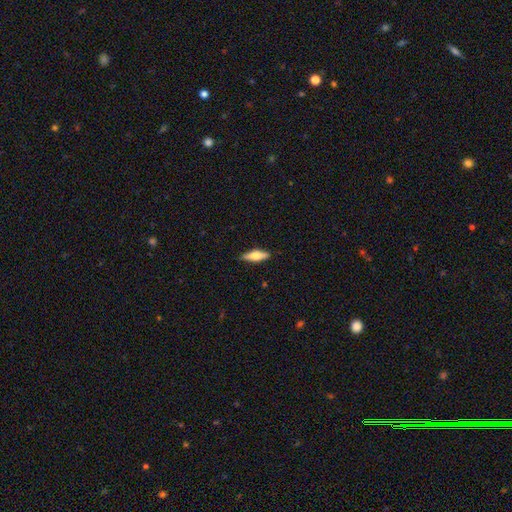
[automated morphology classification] A smooth galaxy with no disk features (60%) that is in between round and cigar-shaped (50%).

Vote fractions:
- Smooth or featured? smooth: 60% / featured or disk: 34% / star or artifact: 6%
- How rounded? in between: 50% / cigar-shaped: 48% / round: 2%
- Merging? none: 88% / minor disturbance: 9% / major disturbance: 2% / merger: 1%